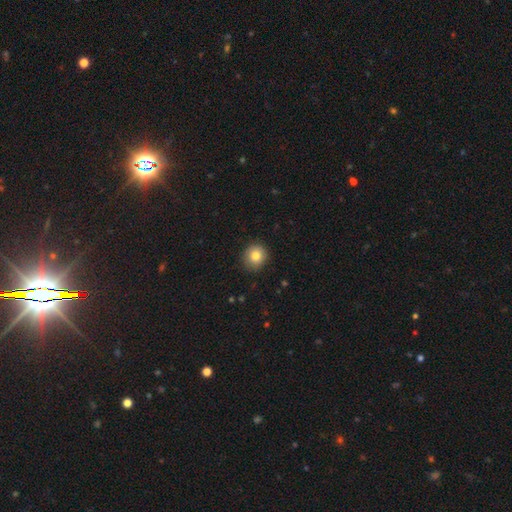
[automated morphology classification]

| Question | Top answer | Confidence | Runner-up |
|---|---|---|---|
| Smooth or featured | smooth | 81% | star or artifact (10%) |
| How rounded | round | 91% | in between (8%) |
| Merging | none | 88% | minor disturbance (9%) |